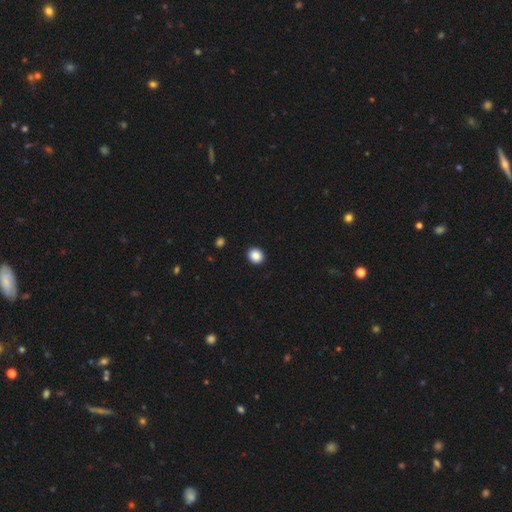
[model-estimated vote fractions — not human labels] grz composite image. It shows a smooth galaxy with no disk features (88%) that is round (76%). Merging: none (92%).